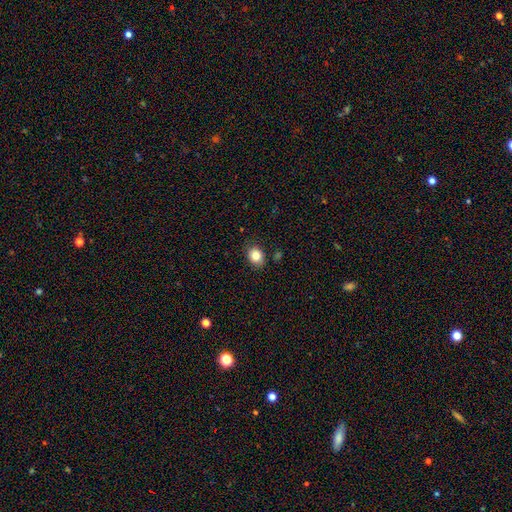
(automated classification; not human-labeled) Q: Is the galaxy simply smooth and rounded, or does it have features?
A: smooth — 83%.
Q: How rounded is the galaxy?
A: in between — 53%.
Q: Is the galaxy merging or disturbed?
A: none — 84%.